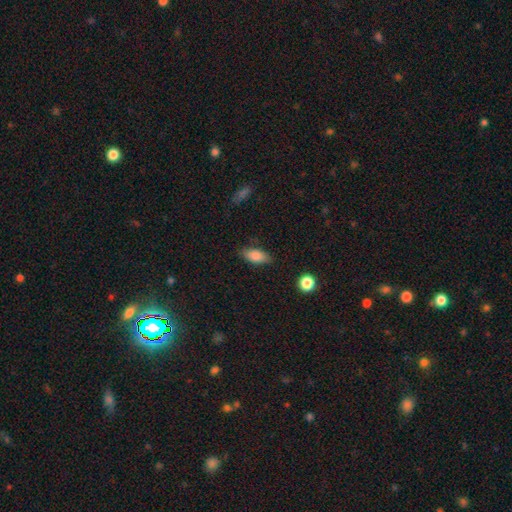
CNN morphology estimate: Smooth or featured? Predicted: smooth (p=0.81). How rounded? Predicted: in between (p=0.85). Merging? Predicted: none (p=0.81).